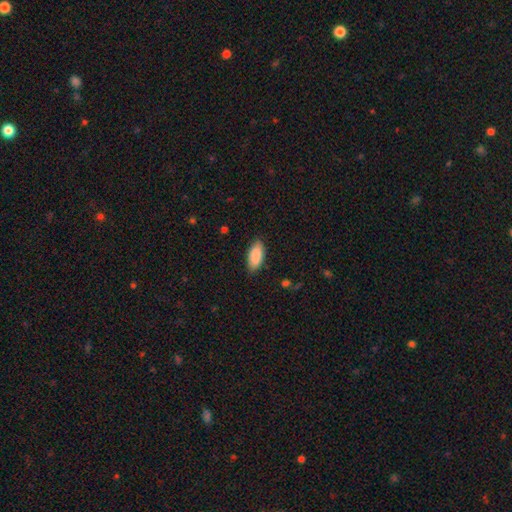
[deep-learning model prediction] A smooth galaxy with no disk features (89%) that is in between round and cigar-shaped (89%).

Vote fractions:
- Smooth or featured? smooth: 89% / star or artifact: 6% / featured or disk: 5%
- How rounded? in between: 89% / cigar-shaped: 9% / round: 2%
- Merging? none: 85% / minor disturbance: 12% / major disturbance: 2% / merger: 1%